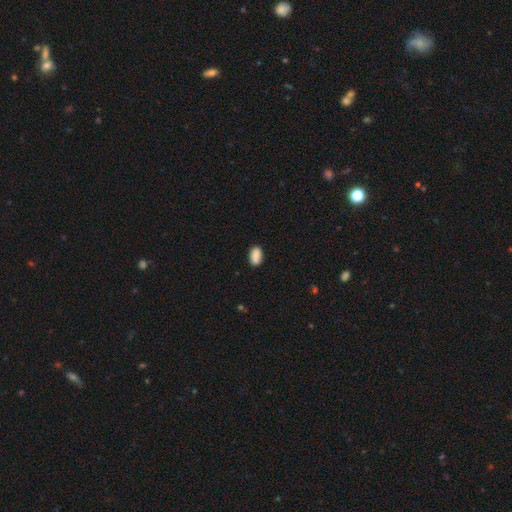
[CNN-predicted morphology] smooth 87%, star or artifact 8%, featured or disk 4%. Down the decision tree: how rounded — in between (90%); merging — none (79%).